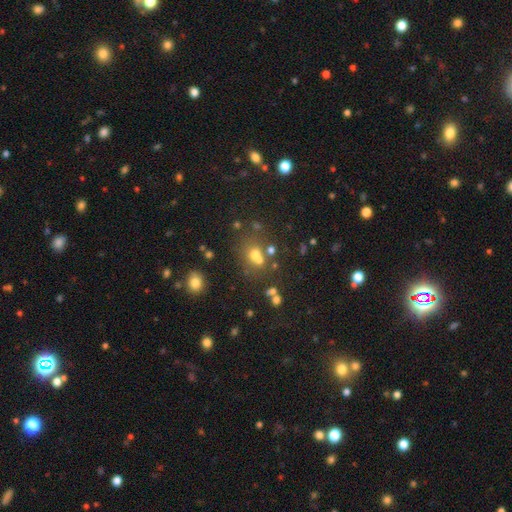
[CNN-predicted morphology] smooth_or_featured: smooth (p=0.58) [alt: star or artifact p=0.25]
how_rounded: round (p=0.64) [alt: in between p=0.35]
merging: none (p=0.47) [alt: merger p=0.35]